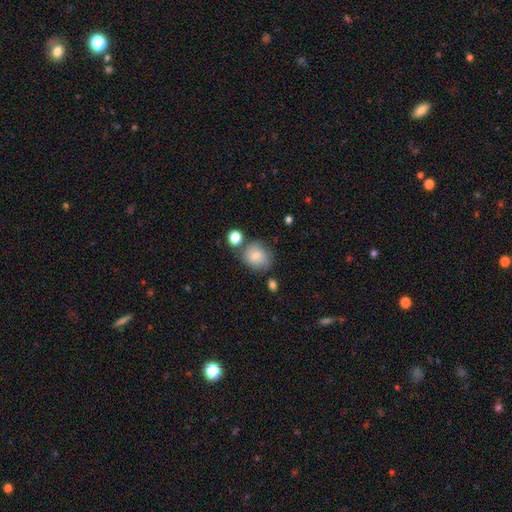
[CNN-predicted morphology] smooth 76%, featured or disk 15%, star or artifact 9%. Down the decision tree: how rounded — round (71%); merging — none (63%).